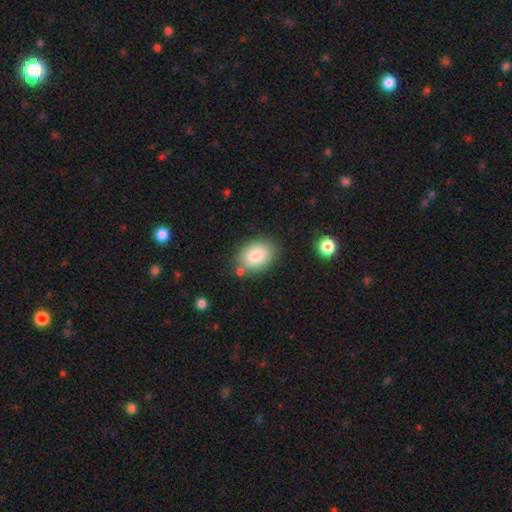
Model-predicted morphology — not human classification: type=smooth (83%); roundness=in between (77%); merging=none (77%).